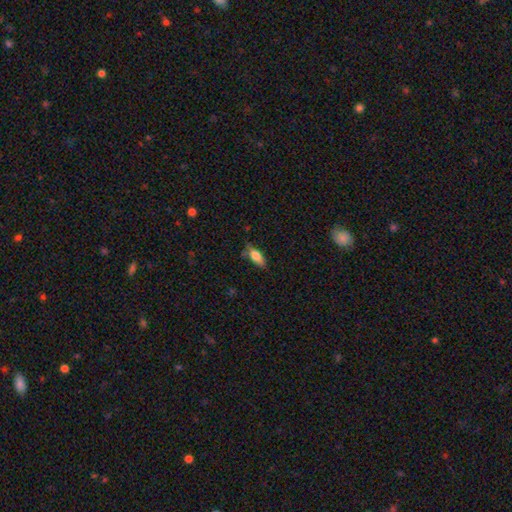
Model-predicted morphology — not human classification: Smooth or featured: smooth — 76% (featured or disk — 16%)
How rounded: in between — 78% (cigar-shaped — 19%)
Merging: none — 61% (minor disturbance — 29%)